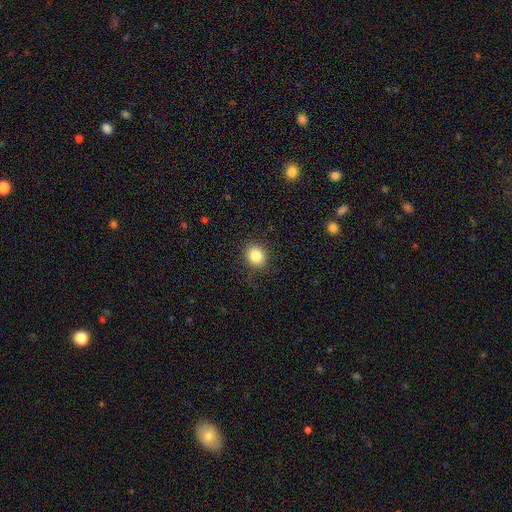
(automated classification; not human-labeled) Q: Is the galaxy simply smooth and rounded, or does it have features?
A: smooth — 85%.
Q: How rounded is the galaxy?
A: round — 66%.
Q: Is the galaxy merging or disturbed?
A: none — 86%.